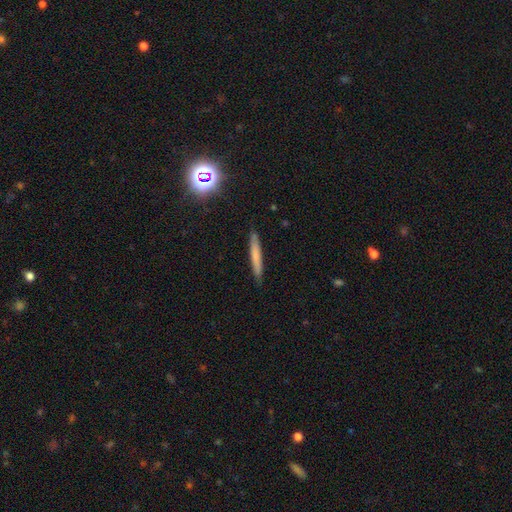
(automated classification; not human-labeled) This appears to be a smooth galaxy with no disk features (65%) that is cigar-shaped (95%). Merging: none (88%).